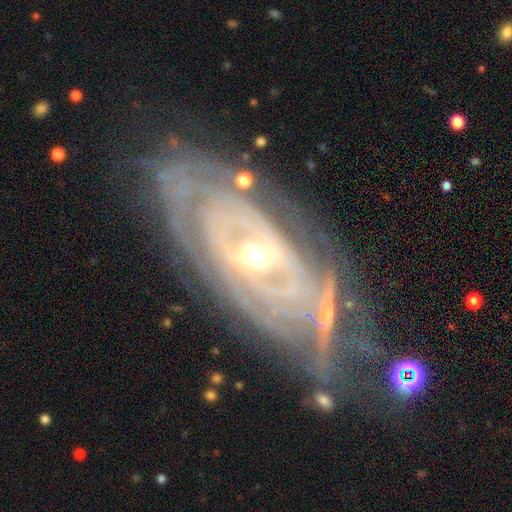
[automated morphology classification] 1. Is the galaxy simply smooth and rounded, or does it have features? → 87% featured or disk, 7% star or artifact, 6% smooth.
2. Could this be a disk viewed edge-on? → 90% no, 10% yes.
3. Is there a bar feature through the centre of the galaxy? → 47% no, 34% weak, 20% strong.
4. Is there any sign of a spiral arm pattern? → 93% yes, 7% no.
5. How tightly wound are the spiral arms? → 79% tight, 17% medium, 4% loose.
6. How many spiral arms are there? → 42% can't tell, 20% 2, 13% 3, 10% 4, 8% more than 4, 6% 1.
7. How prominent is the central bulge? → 57% small, 38% moderate, 2% large, 1% none, 1% dominant.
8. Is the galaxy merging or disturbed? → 72% none, 18% minor disturbance, 8% major disturbance, 3% merger.